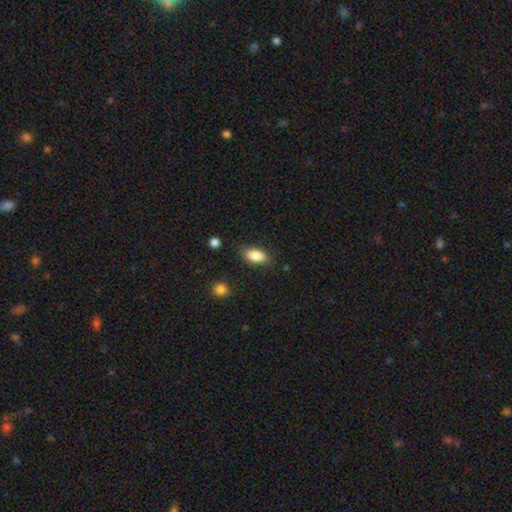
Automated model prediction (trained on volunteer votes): The model was most divided on "merging": none: 81%, minor disturbance: 14%, major disturbance: 3%, merger: 2%. More confident: how rounded — in between (89%); smooth or featured — smooth (85%).